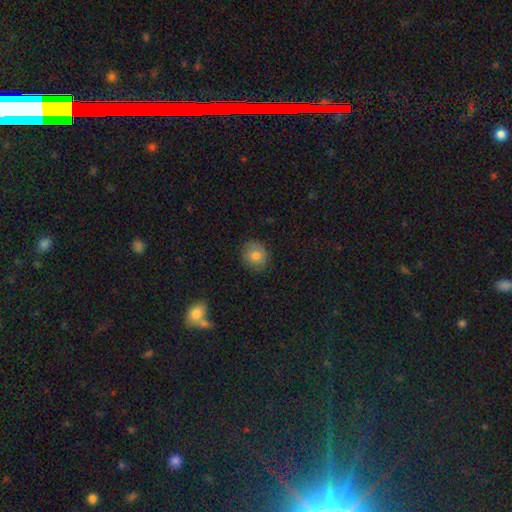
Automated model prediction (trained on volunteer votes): Smooth or featured? smooth (80%)
How rounded? round (84%)
Merging? none (85%)